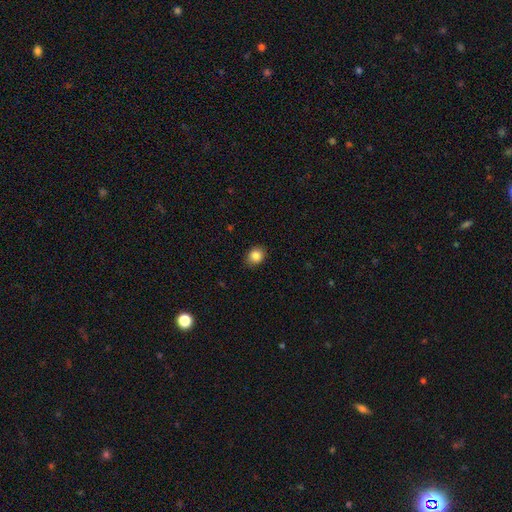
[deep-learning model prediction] smooth 86%, star or artifact 10%, featured or disk 5%. Down the decision tree: how rounded — round (55%); merging — none (86%).